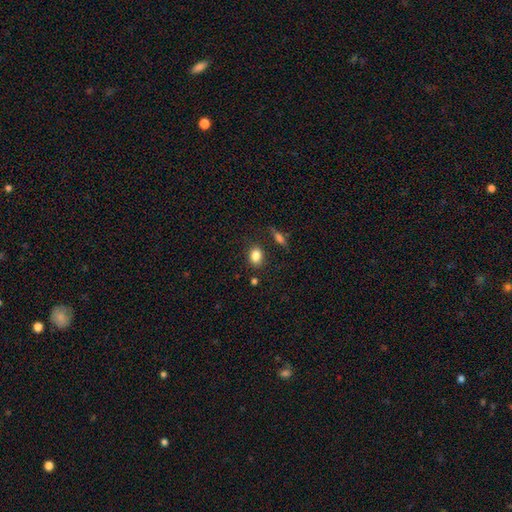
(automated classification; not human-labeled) The model was most divided on "how rounded": in between: 64%, round: 34%, cigar-shaped: 2%. More confident: smooth or featured — smooth (84%); merging — none (81%).